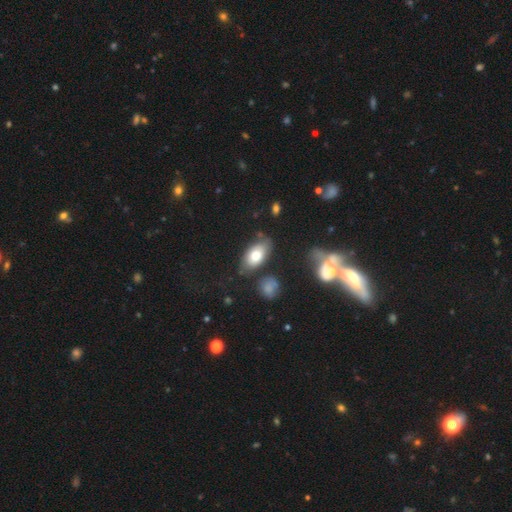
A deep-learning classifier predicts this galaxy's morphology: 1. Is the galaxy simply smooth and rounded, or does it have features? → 72% smooth, 20% featured or disk, 8% star or artifact.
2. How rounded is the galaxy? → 92% in between, 6% round, 3% cigar-shaped.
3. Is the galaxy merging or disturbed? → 68% none, 18% minor disturbance, 7% major disturbance, 7% merger.